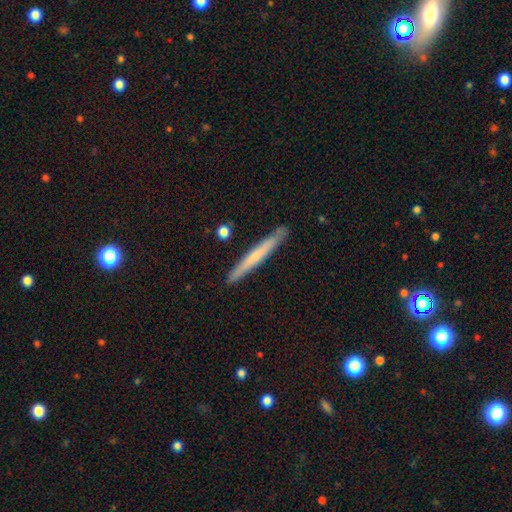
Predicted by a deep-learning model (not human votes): A smooth galaxy with no disk features (53%) that is cigar-shaped (97%). Merging: none (89%).